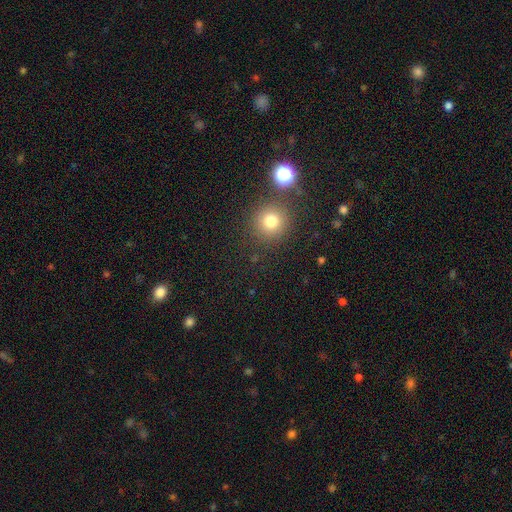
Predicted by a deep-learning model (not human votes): smooth 60%, star or artifact 34%, featured or disk 6%. Down the decision tree: how rounded — round (92%); merging — none (84%).